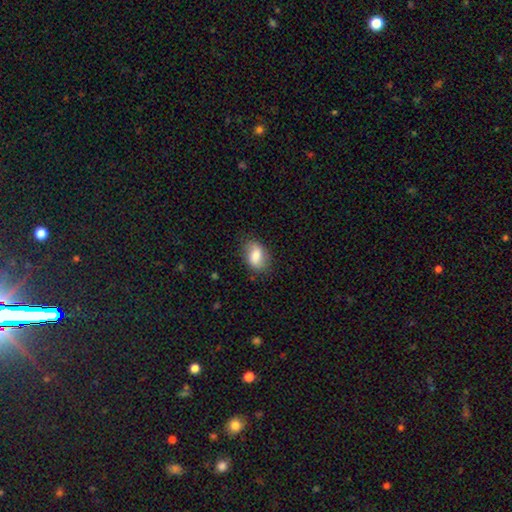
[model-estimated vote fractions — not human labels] Smooth or featured? smooth (79%)
How rounded? in between (85%)
Merging? none (77%)